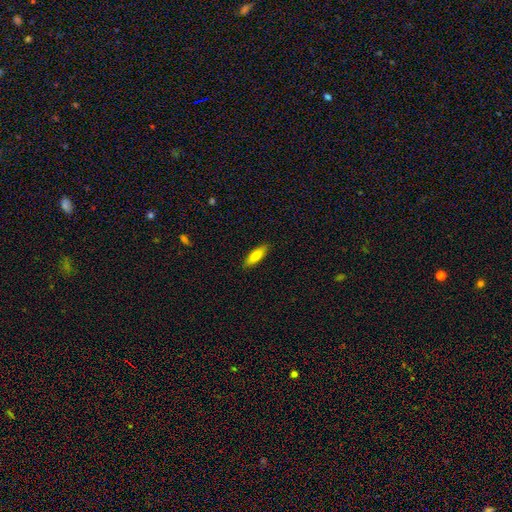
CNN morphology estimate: This appears to be a smooth galaxy with no disk features (79%) that is in between round and cigar-shaped (50%). Merging: none (88%).